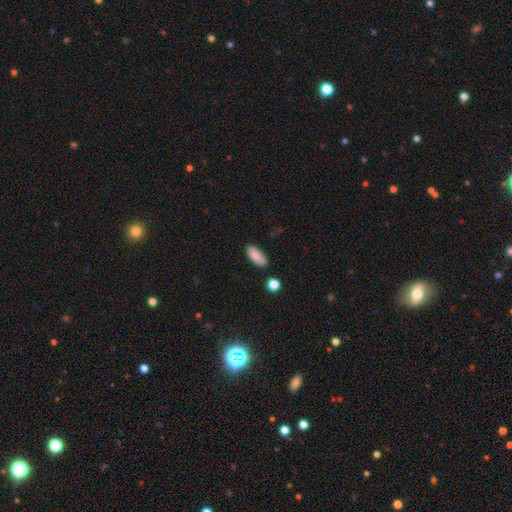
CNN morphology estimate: This is clearly a smooth galaxy (88%). How rounded: clearly in between (84%). Merging: clearly none (83%).